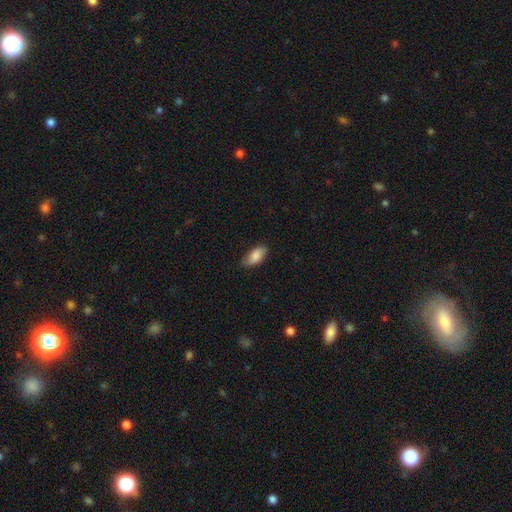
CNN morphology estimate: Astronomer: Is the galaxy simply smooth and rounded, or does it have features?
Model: smooth — 86%.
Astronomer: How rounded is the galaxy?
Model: in between — 91%.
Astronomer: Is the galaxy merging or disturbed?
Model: none — 79%.